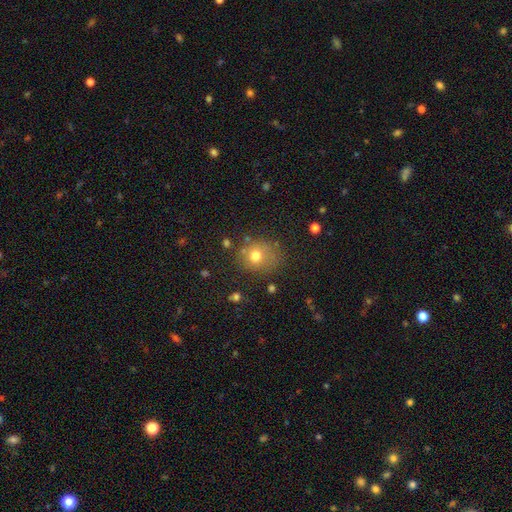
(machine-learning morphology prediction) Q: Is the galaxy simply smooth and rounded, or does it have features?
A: smooth — 73%.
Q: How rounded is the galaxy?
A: round — 74%.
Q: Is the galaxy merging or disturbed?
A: none — 67%.